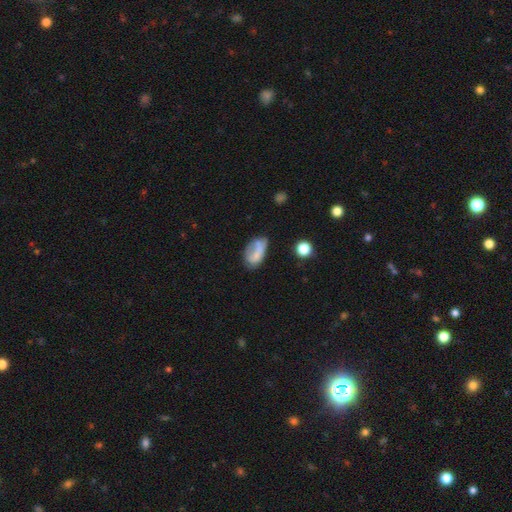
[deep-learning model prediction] Smooth or featured? Predicted: smooth (p=0.60). How rounded? Predicted: in between (p=0.89). Merging? Predicted: none (p=0.45).